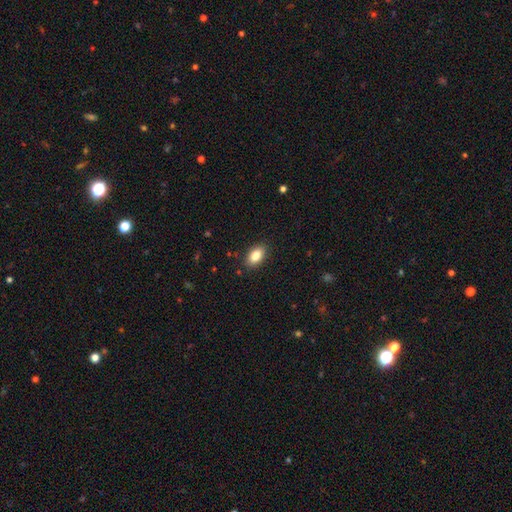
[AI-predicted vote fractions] smooth_or_featured: smooth (p=0.84) [alt: star or artifact p=0.08]
how_rounded: in between (p=0.91) [alt: round p=0.07]
merging: none (p=0.89) [alt: minor disturbance p=0.08]